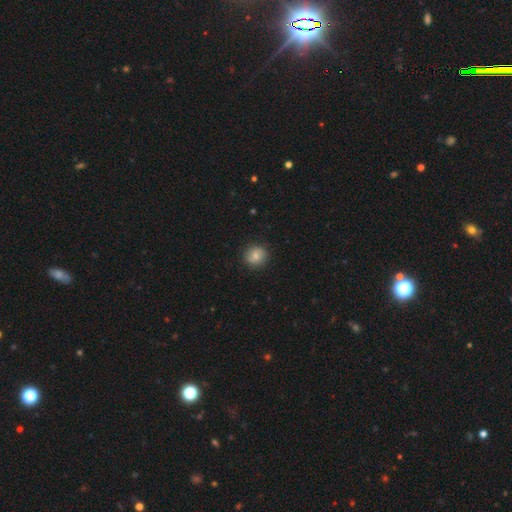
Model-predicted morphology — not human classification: This appears to be a smooth galaxy with no disk features (79%) that is round (87%). Merging: none (88%).